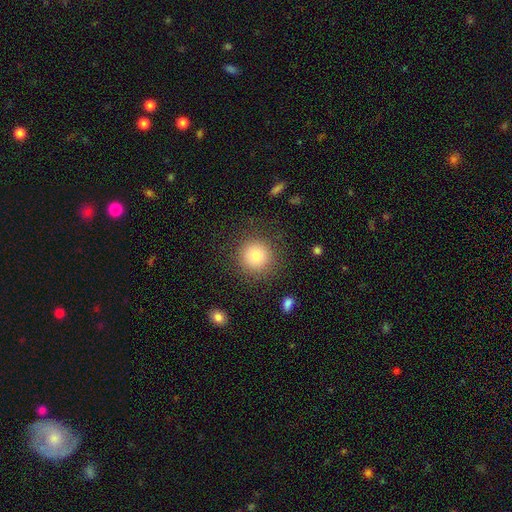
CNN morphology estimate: Smooth or featured: smooth — 82% (star or artifact — 11%)
How rounded: round — 94% (in between — 5%)
Merging: none — 87% (minor disturbance — 8%)